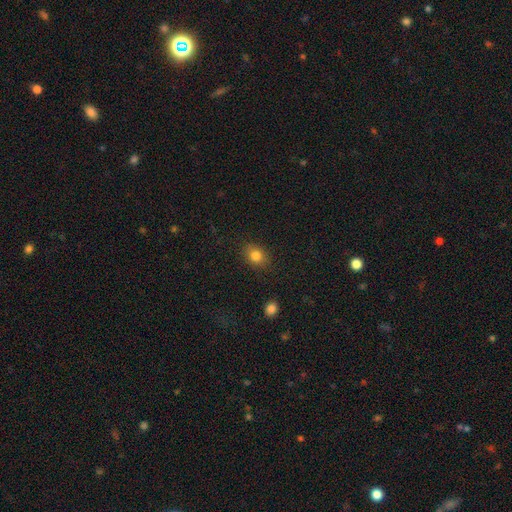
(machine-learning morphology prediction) The model was most divided on "how rounded": in between: 56%, round: 42%, cigar-shaped: 1%. More confident: merging — none (86%); smooth or featured — smooth (82%).